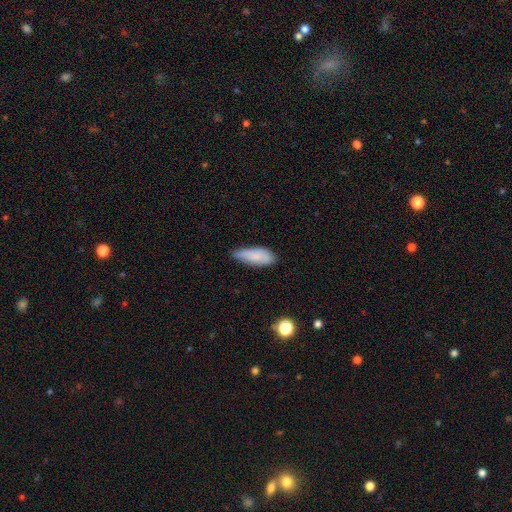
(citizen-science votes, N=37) This is clearly a smooth galaxy (81%). How rounded: likely in between (70%). Merging: possibly none (50%).